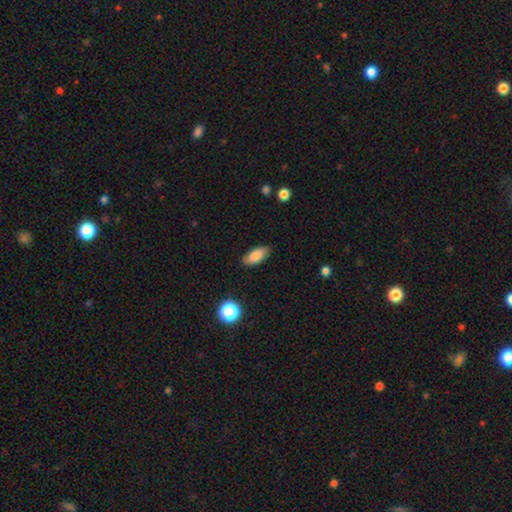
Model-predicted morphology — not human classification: Smooth or featured? Predicted: smooth (p=0.85). How rounded? Predicted: in between (p=0.86). Merging? Predicted: none (p=0.86).